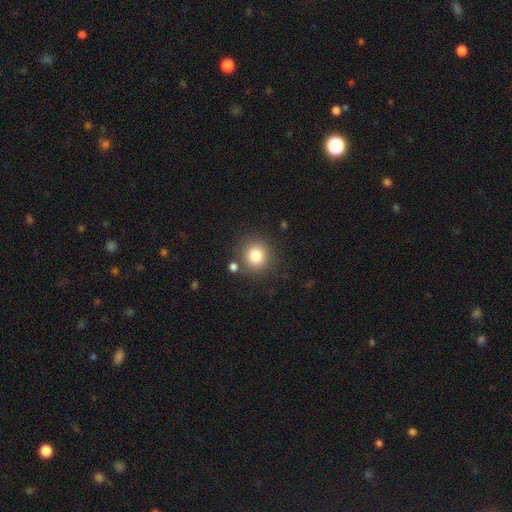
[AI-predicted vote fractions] Q: Smooth or featured?
A: smooth (82%); runner-up: star or artifact (11%)
Q: How rounded?
A: round (90%); runner-up: in between (9%)
Q: Merging?
A: none (81%); runner-up: minor disturbance (9%)